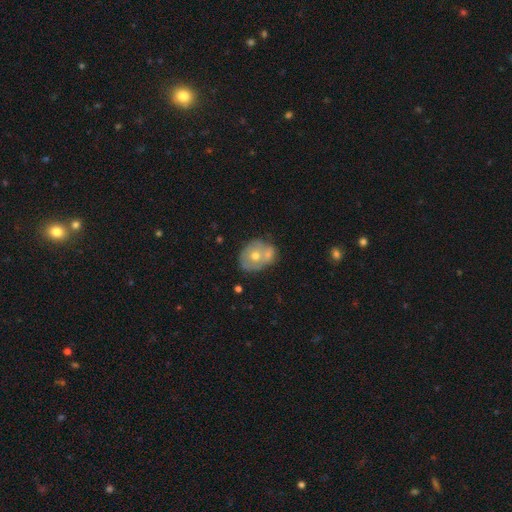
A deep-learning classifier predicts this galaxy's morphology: Overall: smooth (51%; featured or disk 41%). How rounded: round (55%; in between 44%). Merging: merger (40%, tied with none).